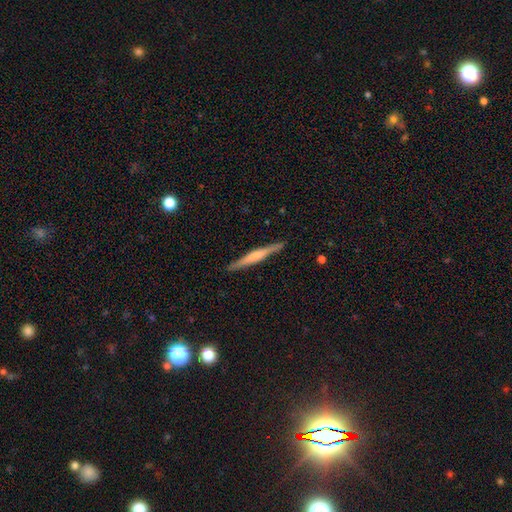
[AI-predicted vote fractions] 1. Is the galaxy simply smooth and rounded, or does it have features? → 60% featured or disk, 35% smooth, 5% star or artifact.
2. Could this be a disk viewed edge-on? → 98% yes, 2% no.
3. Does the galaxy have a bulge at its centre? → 52% rounded, 25% none, 23% boxy.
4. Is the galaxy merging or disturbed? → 91% none, 6% minor disturbance, 1% major disturbance, 1% merger.